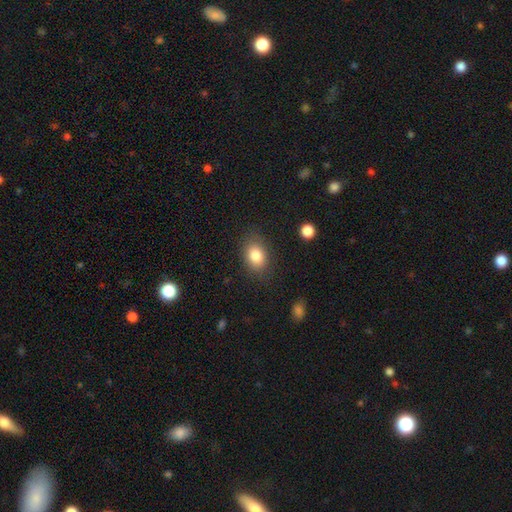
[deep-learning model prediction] A smooth galaxy with no disk features (84%) that is in between round and cigar-shaped (77%). Merging: none (80%).